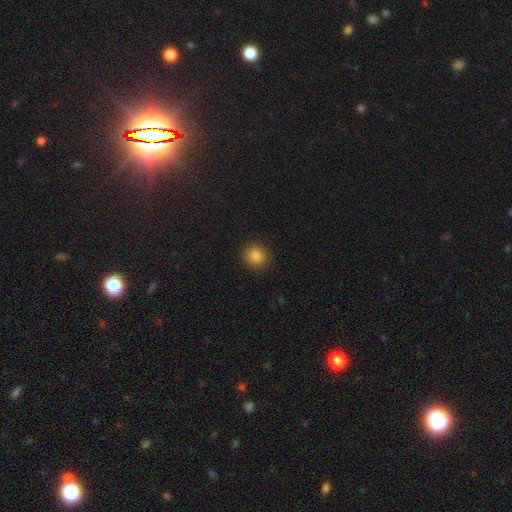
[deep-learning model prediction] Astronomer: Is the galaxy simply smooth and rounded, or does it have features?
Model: smooth — 85%.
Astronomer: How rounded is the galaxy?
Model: round — 91%.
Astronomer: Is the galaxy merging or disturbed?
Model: none — 90%.